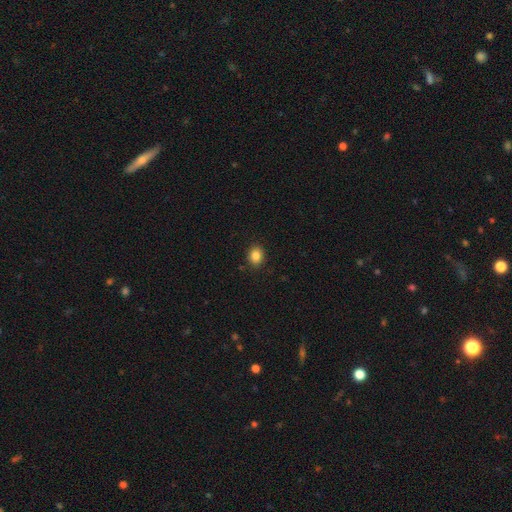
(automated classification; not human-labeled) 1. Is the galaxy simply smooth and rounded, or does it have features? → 85% smooth, 10% star or artifact, 5% featured or disk.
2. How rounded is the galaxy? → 51% round, 48% in between, 1% cigar-shaped.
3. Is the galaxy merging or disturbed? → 89% none, 8% minor disturbance, 2% major disturbance, 1% merger.